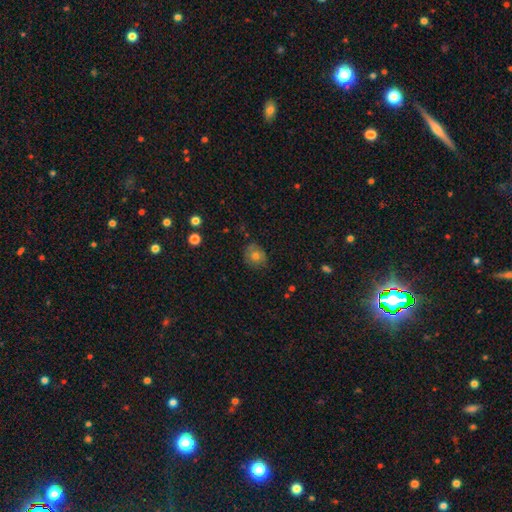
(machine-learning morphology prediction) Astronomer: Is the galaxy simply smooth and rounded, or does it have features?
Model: smooth — 64%.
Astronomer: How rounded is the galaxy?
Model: round — 65%.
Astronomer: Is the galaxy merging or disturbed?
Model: none — 71%.